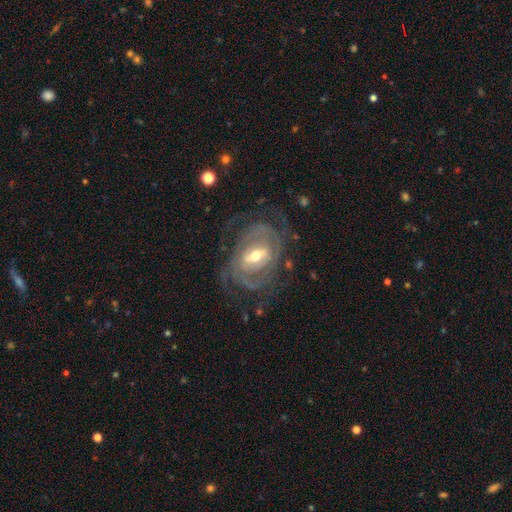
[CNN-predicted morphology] A featured or disk galaxy (87%) with a weak bar (44%), tight (51%) spiral arms (91%) and a moderate central bulge (64%). Merging: none (64%).